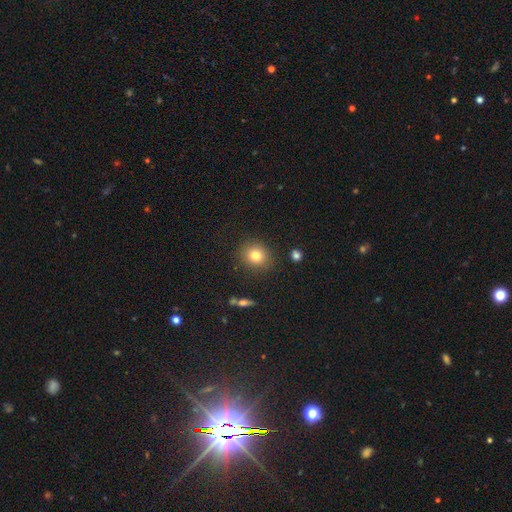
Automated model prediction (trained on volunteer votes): Smooth or featured: smooth — 79% (star or artifact — 12%)
How rounded: round — 78% (in between — 21%)
Merging: none — 87% (minor disturbance — 8%)